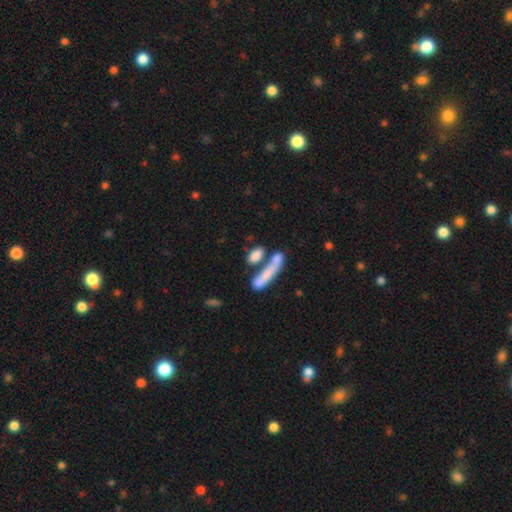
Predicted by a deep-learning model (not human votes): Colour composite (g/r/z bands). It shows a smooth galaxy with no disk features (76%) that is in between round and cigar-shaped (57%). Merging: none (42%).